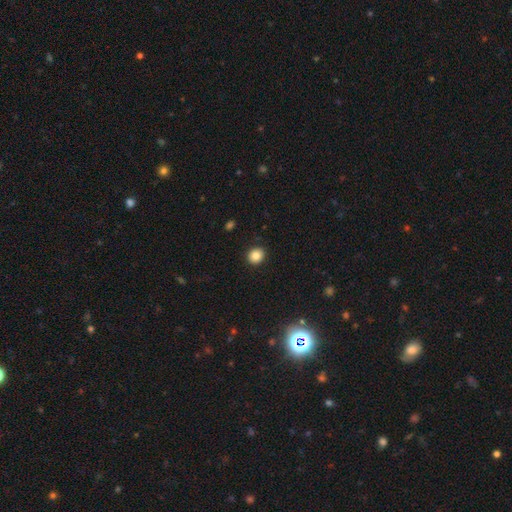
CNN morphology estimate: smooth_or_featured: smooth (p=0.84) [alt: star or artifact p=0.10]
how_rounded: round (p=0.79) [alt: in between p=0.21]
merging: none (p=0.90) [alt: minor disturbance p=0.07]